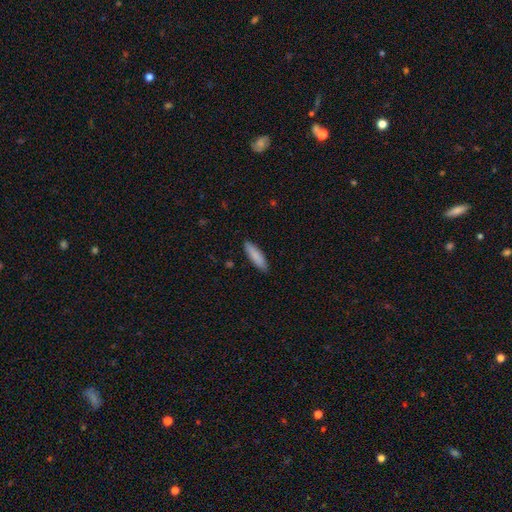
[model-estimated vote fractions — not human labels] Smooth or featured: smooth — 86% (featured or disk — 8%)
How rounded: cigar-shaped — 65% (in between — 34%)
Merging: none — 88% (minor disturbance — 9%)